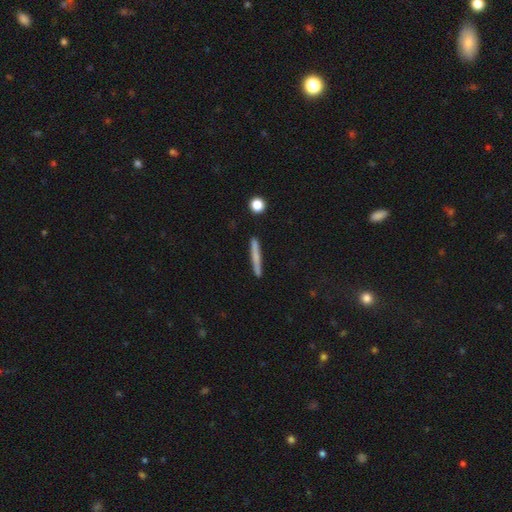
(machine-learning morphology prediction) A smooth galaxy with no disk features (66%) that is cigar-shaped (96%).

Vote fractions:
- Smooth or featured? smooth: 66% / featured or disk: 28% / star or artifact: 7%
- How rounded? cigar-shaped: 96% / in between: 2% / round: 2%
- Merging? none: 89% / minor disturbance: 7% / merger: 2% / major disturbance: 2%